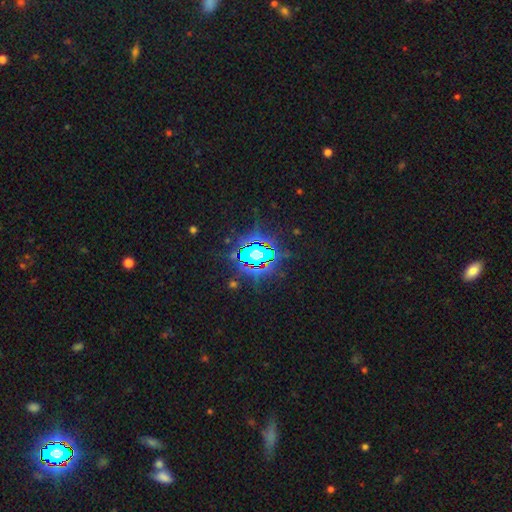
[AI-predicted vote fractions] Smooth or featured? Predicted: star or artifact (p=0.70).